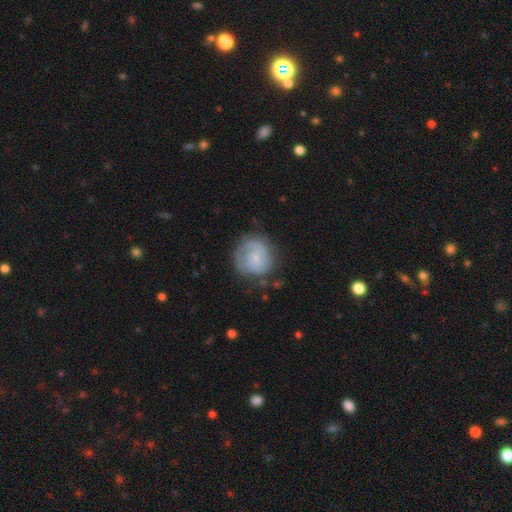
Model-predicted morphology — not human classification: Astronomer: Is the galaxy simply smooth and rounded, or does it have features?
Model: featured or disk — 50% (runner-up: smooth, 43%).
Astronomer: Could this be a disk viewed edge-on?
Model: no — 98%.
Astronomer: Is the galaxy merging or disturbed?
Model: none — 64%.